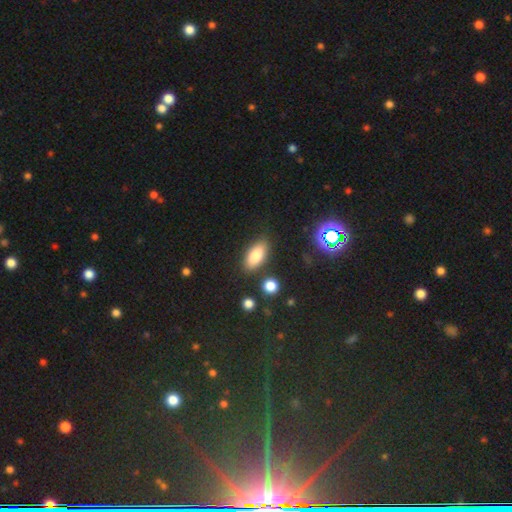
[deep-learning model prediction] Smooth or featured: smooth — 80% (featured or disk — 11%)
How rounded: in between — 86% (cigar-shaped — 11%)
Merging: none — 81% (minor disturbance — 12%)